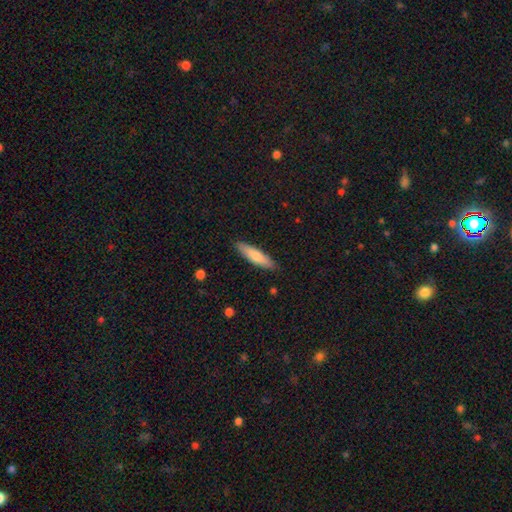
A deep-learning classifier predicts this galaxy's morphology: Overall: smooth (76%). How rounded: cigar-shaped (74%). Merging: none (88%).